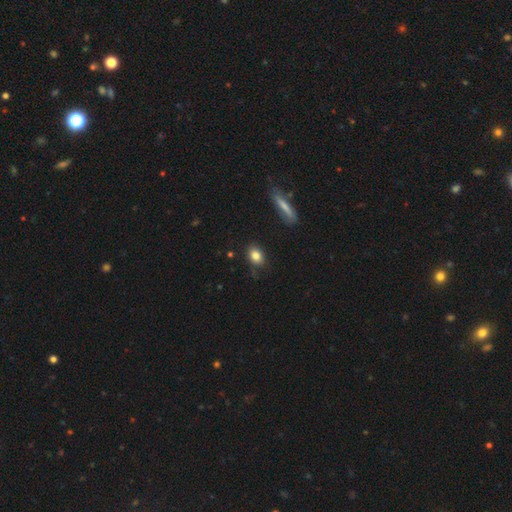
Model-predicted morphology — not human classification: This appears to be a smooth galaxy with no disk features (83%) that is in between round and cigar-shaped (66%). Merging: none (78%).